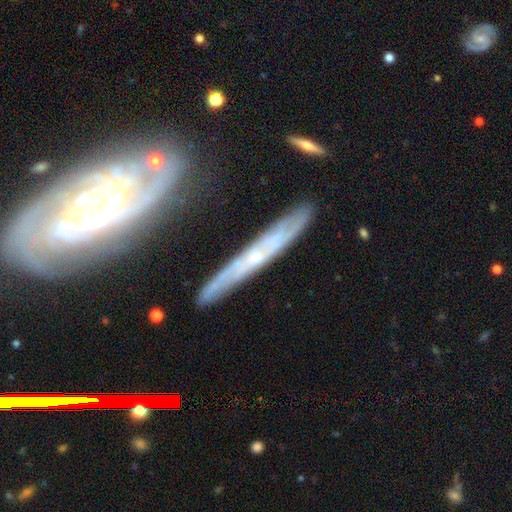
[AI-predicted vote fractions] This appears to be a featured or disk galaxy (70%) viewed edge-on (66%). Merging: none (79%).